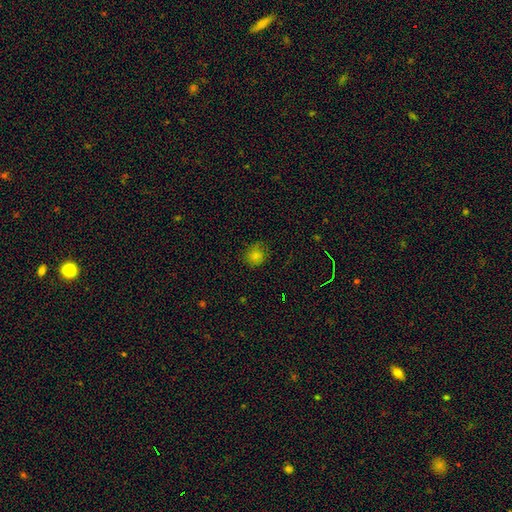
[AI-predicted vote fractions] Overall: smooth (79%). How rounded: round (83%). Merging: none (75%).